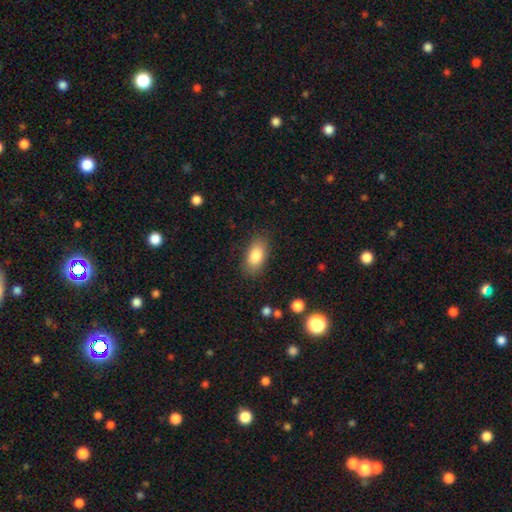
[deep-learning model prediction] smooth 84%, featured or disk 9%, star or artifact 7%. Down the decision tree: how rounded — in between (90%); merging — none (84%).